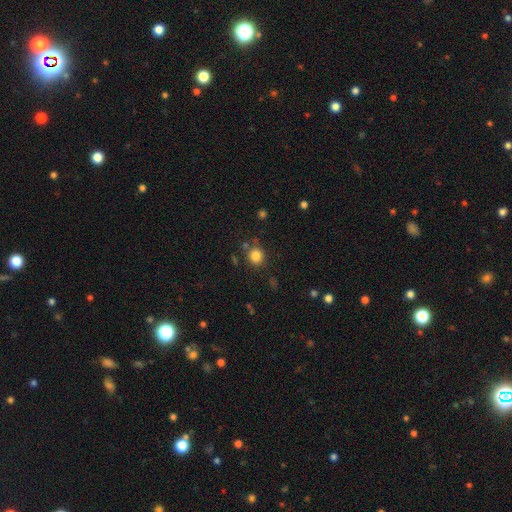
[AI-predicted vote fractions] Smooth or featured? smooth (82%)
How rounded? round (85%)
Merging? none (80%)